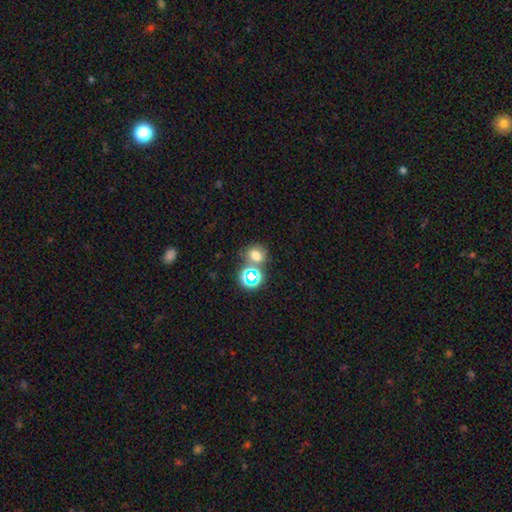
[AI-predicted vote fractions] Morphology: type=smooth (64%); roundness=round (63%); merging=none (56%).